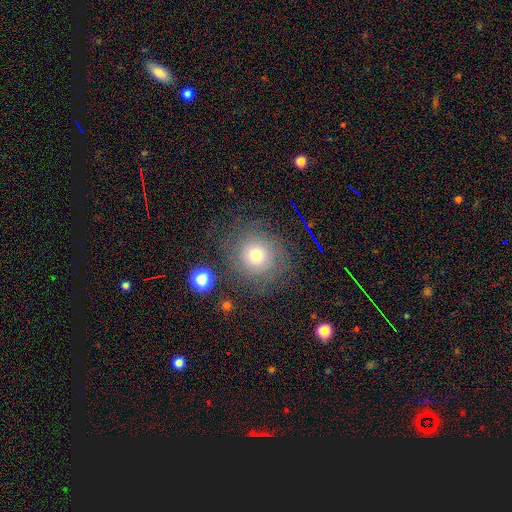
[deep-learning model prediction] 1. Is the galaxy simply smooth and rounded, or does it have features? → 65% smooth, 19% featured or disk, 16% star or artifact.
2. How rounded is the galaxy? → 91% round, 8% in between, 1% cigar-shaped.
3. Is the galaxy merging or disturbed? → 76% none, 13% minor disturbance, 9% major disturbance, 2% merger.